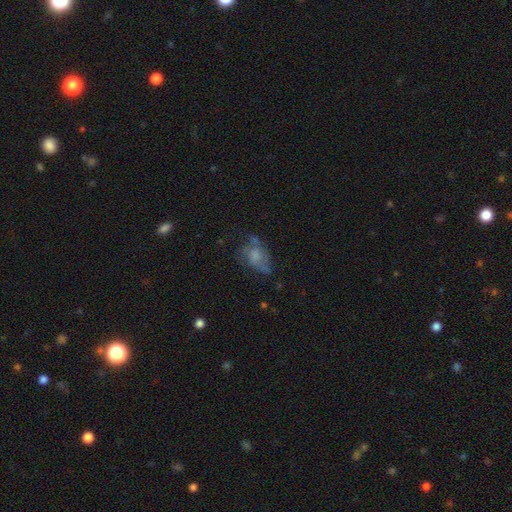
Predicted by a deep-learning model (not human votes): Smooth or featured? smooth (45%)
Merging? none (39%)